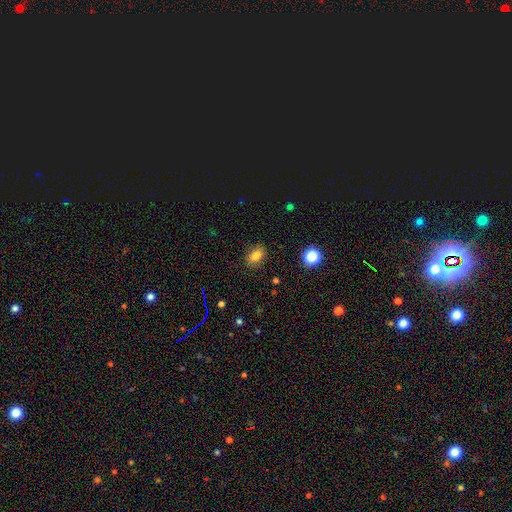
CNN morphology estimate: A smooth galaxy with no disk features (81%) that is in between round and cigar-shaped (82%).

Vote fractions:
- Smooth or featured? smooth: 81% / star or artifact: 11% / featured or disk: 8%
- How rounded? in between: 82% / round: 15% / cigar-shaped: 2%
- Merging? none: 85% / minor disturbance: 11% / major disturbance: 3% / merger: 1%